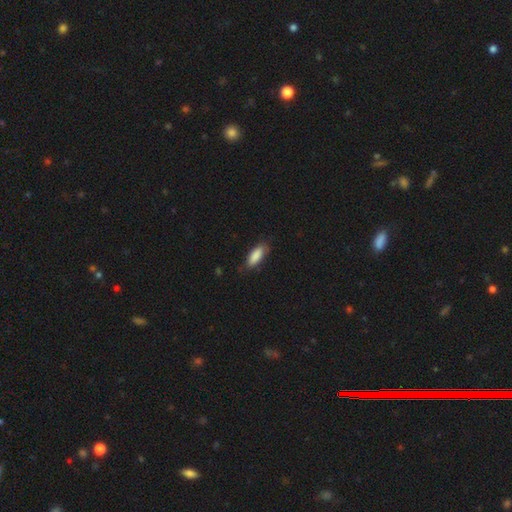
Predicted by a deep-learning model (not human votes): smooth-or-featured: smooth: 86% | featured or disk: 8% | star or artifact: 6%
  how-rounded: in between: 72% | cigar-shaped: 26% | round: 2%
  merging: none: 76% | minor disturbance: 19% | major disturbance: 3% | merger: 1%